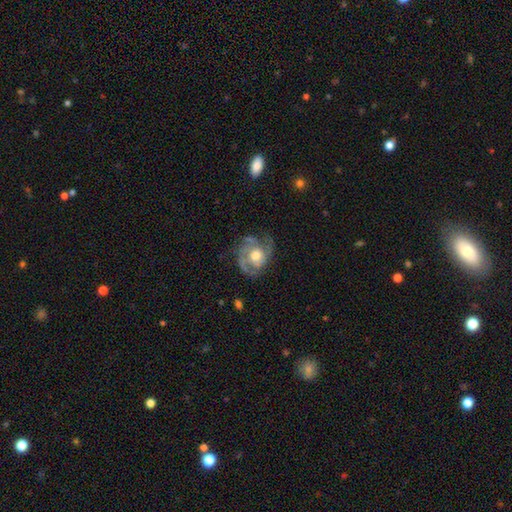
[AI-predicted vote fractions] This appears to be a featured or disk galaxy (81%) with no bar (78%), 3 (35%) medium (44%) spiral arms (91%) and a moderate central bulge (70%). Merging: none (64%).